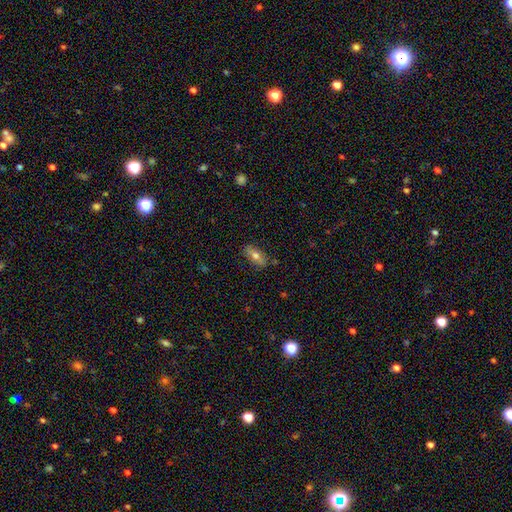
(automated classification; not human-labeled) Smooth or featured? smooth (66%)
How rounded? in between (78%)
Merging? none (83%)